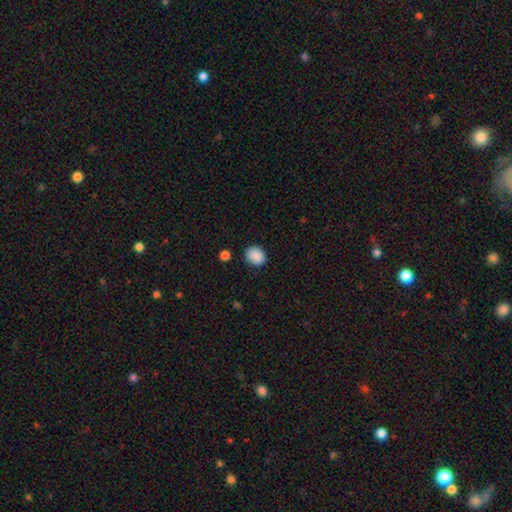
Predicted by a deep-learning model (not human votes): smooth_or_featured: smooth (p=0.89) [alt: star or artifact p=0.08]
how_rounded: round (p=0.50) [alt: in between p=0.49]
merging: none (p=0.85) [alt: minor disturbance p=0.11]